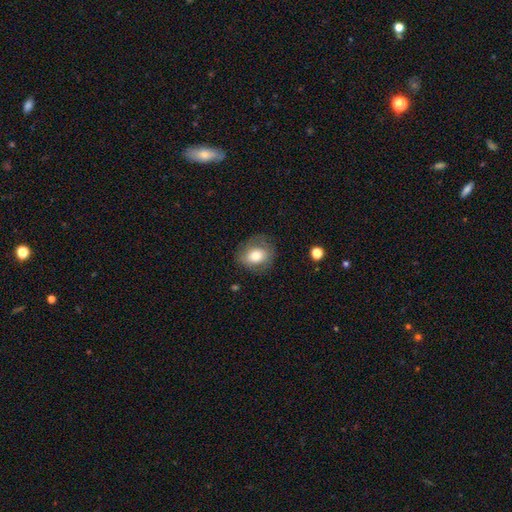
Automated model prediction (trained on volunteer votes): Smooth or featured? Predicted: smooth (p=0.72). How rounded? Predicted: round (p=0.54). Merging? Predicted: none (p=0.74).